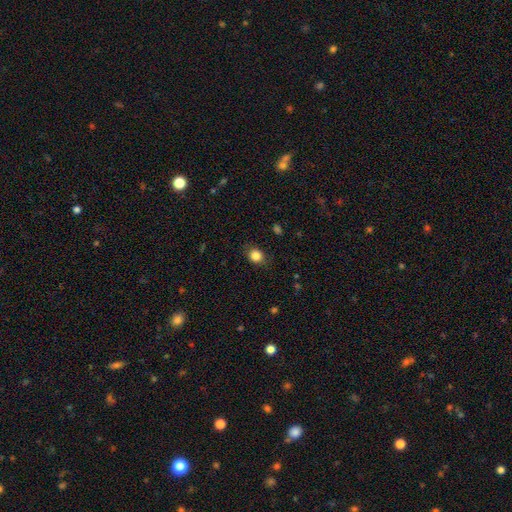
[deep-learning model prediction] A smooth galaxy with no disk features (84%) that is round (60%). Merging: none (84%).